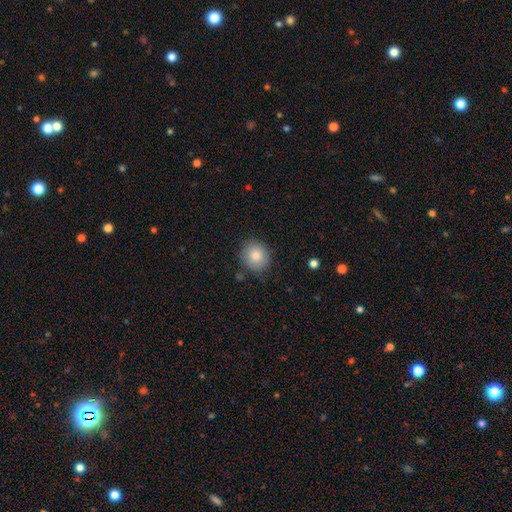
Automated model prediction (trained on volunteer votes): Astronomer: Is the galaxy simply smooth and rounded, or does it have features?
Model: smooth — 84%.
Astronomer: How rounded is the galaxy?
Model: round — 82%.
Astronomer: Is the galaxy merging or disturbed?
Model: none — 83%.